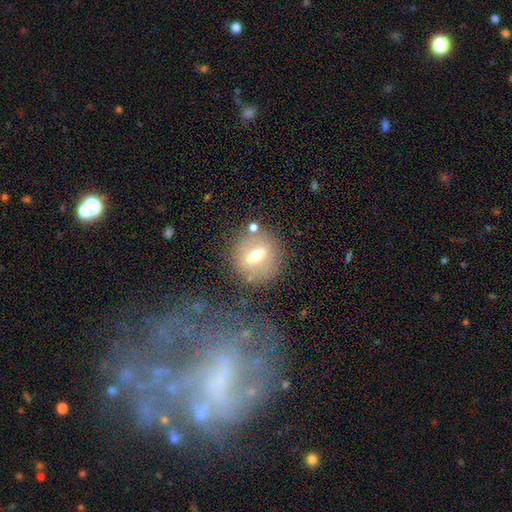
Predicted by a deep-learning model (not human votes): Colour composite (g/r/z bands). It shows a featured or disk galaxy (46%). Merging: none (78%).